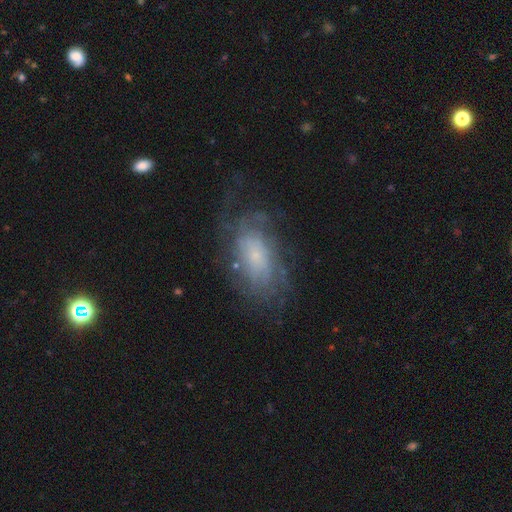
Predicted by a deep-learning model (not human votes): The model was most divided on "smooth or featured": featured or disk: 66%, smooth: 25%, star or artifact: 9%. More confident: edge-on disk — no (94%); spiral arms — yes (79%); bar — no (75%); bulge size — small (66%); merging — none (63%).